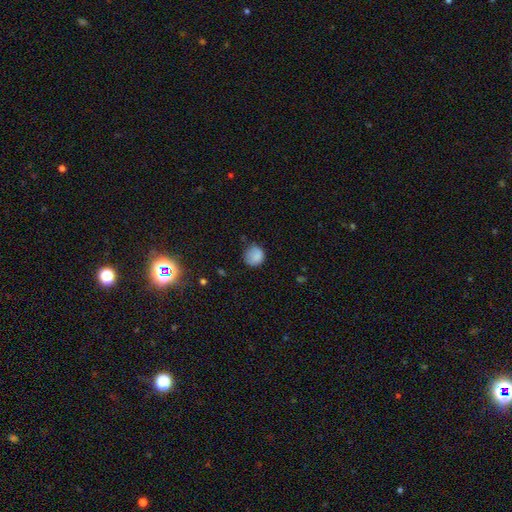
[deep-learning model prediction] This appears to be a smooth galaxy with no disk features (84%) that is round (85%). Merging: none (65%).